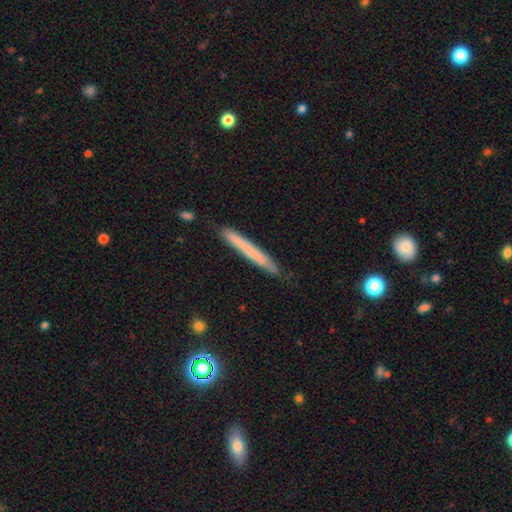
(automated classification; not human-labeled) A smooth galaxy with no disk features (68%) that is cigar-shaped (96%). Merging: none (83%).